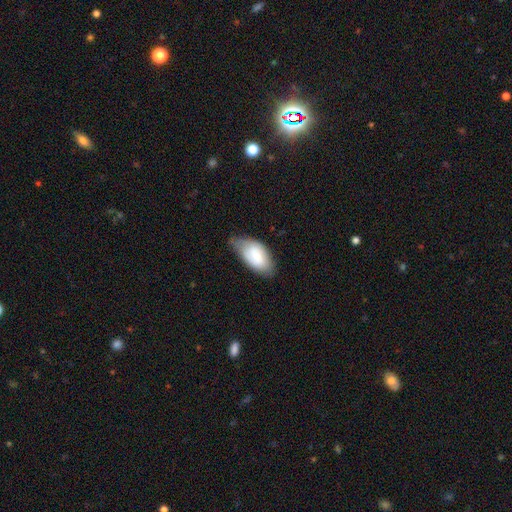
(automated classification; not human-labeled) Smooth or featured?
  - smooth: 73% *
  - featured or disk: 21%
  - star or artifact: 7%
How rounded?
  - in between: 94% *
  - round: 3%
  - cigar-shaped: 3%
Merging?
  - none: 50% *
  - minor disturbance: 39%
  - major disturbance: 10%
  - merger: 2%